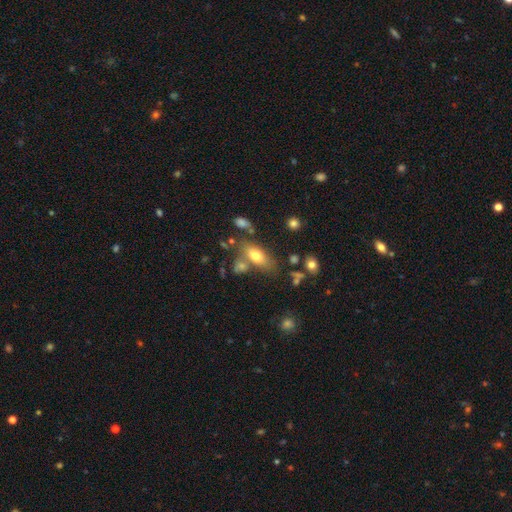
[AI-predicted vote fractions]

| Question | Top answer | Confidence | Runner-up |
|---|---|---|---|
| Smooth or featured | smooth | 72% | featured or disk (19%) |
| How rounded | in between | 82% | cigar-shaped (13%) |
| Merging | none | 60% | merger (17%) |